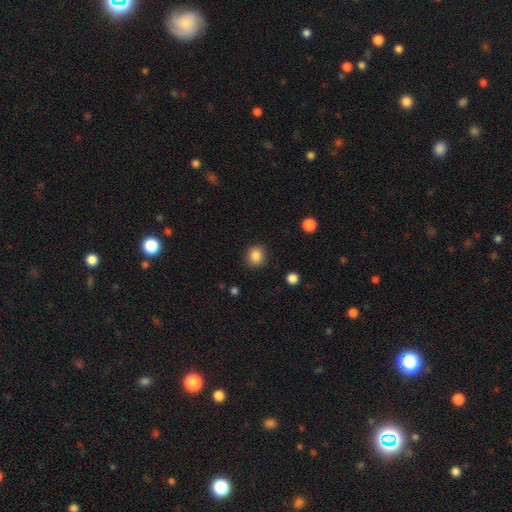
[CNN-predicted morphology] Smooth or featured?
  - smooth: 86% *
  - star or artifact: 10%
  - featured or disk: 4%
How rounded?
  - round: 79% *
  - in between: 20%
  - cigar-shaped: 1%
Merging?
  - none: 88% *
  - minor disturbance: 8%
  - major disturbance: 3%
  - merger: 1%